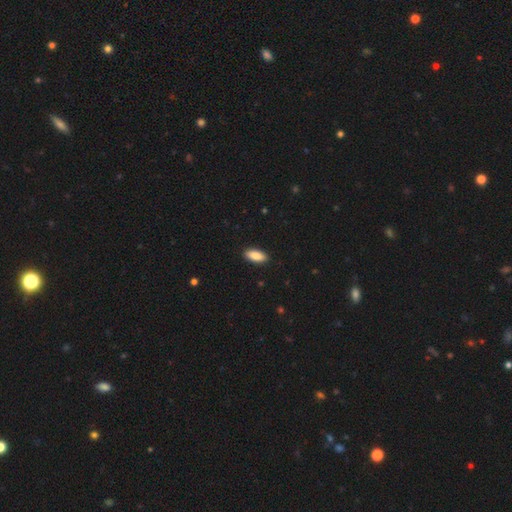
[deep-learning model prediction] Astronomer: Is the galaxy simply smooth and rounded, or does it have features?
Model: smooth — 89%.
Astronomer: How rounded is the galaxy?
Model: in between — 87%.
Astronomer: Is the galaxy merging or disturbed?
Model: none — 90%.